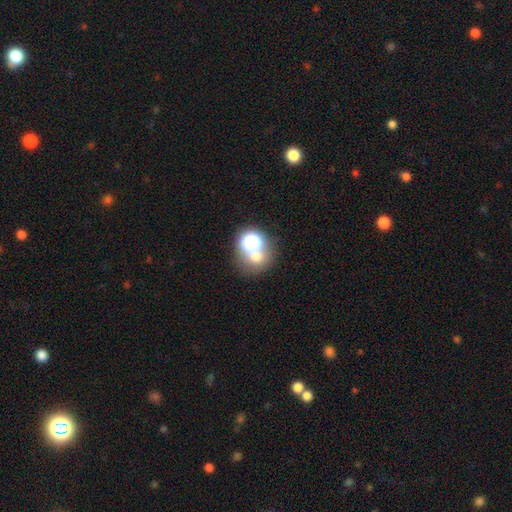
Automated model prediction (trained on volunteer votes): smooth-or-featured: smooth: 58% | star or artifact: 30% | featured or disk: 12%
  how-rounded: round: 77% | in between: 22% | cigar-shaped: 1%
  merging: none: 51% | merger: 34% | minor disturbance: 9% | major disturbance: 6%